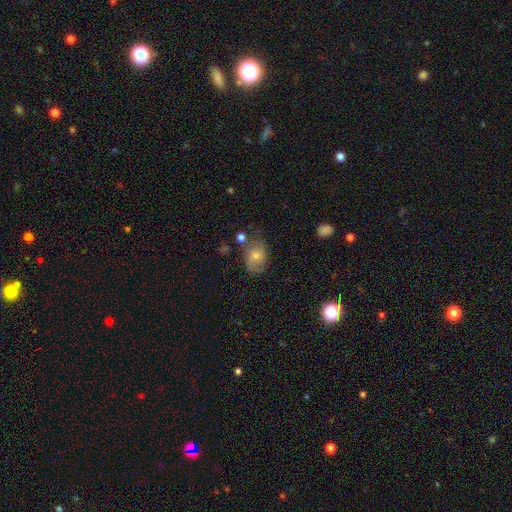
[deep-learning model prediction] A smooth galaxy with no disk features (49%).

Vote fractions:
- Smooth or featured? smooth: 49% / featured or disk: 36% / star or artifact: 14%
- Merging? none: 59% / minor disturbance: 25% / major disturbance: 11% / merger: 5%